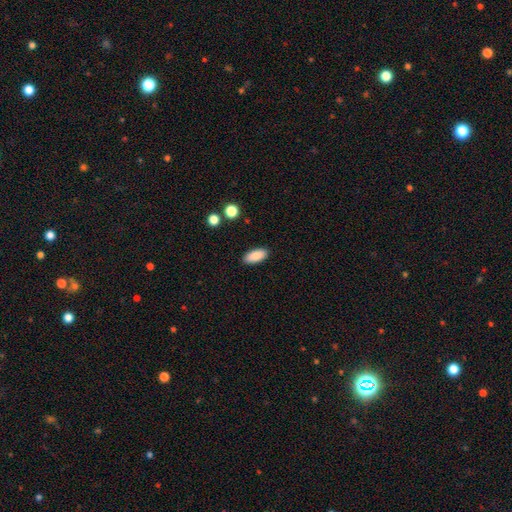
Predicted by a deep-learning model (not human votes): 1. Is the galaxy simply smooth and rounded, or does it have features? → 88% smooth, 7% star or artifact, 5% featured or disk.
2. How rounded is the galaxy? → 88% in between, 10% cigar-shaped, 2% round.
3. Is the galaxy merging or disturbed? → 89% none, 8% minor disturbance, 2% major disturbance, 1% merger.